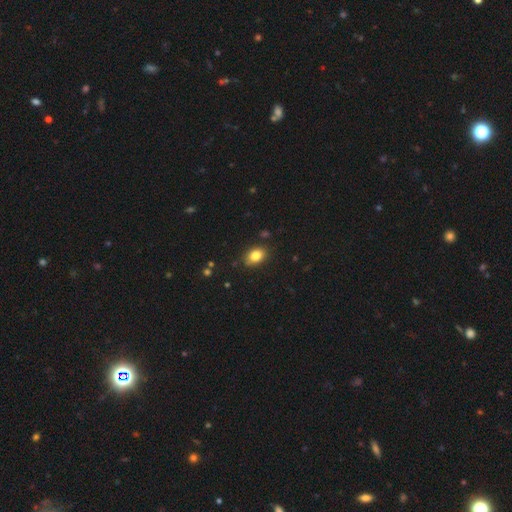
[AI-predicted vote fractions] Overall: smooth (84%). How rounded: in between (78%). Merging: none (82%).